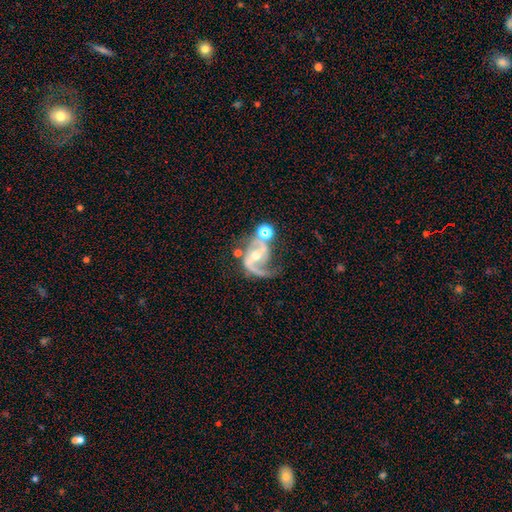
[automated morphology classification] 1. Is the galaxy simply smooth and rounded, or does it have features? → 86% featured or disk, 8% star or artifact, 6% smooth.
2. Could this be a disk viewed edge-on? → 97% no, 3% yes.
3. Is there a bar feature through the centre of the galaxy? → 38% weak, 31% no, 31% strong.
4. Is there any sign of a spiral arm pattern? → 95% yes, 5% no.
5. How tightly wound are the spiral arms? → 46% medium, 40% loose, 14% tight.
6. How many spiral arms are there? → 74% 2, 19% 1, 4% can't tell, 2% 3, 1% 4, 1% more than 4.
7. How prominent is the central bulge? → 59% moderate, 35% small, 3% large, 1% none, 1% dominant.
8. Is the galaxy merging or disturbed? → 42% none, 21% major disturbance, 20% minor disturbance, 16% merger.